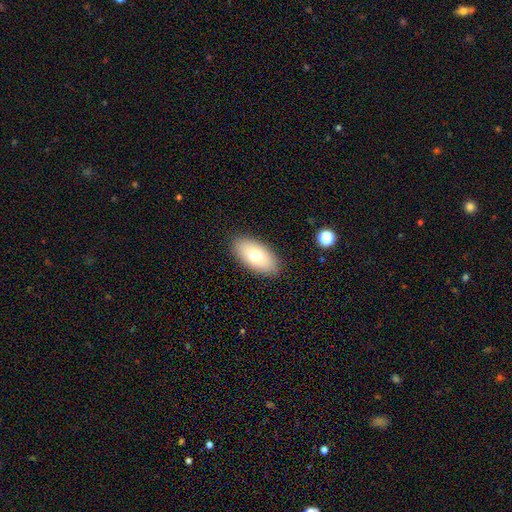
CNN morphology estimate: type=smooth (72%); roundness=in between (93%); merging=none (88%).